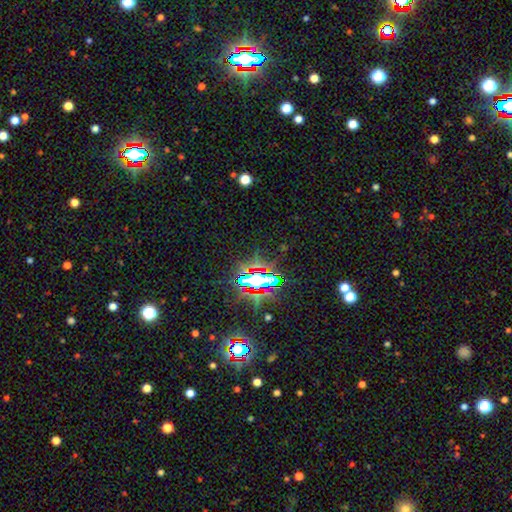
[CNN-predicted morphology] This is clearly a star or artifact rather than a galaxy (83%).